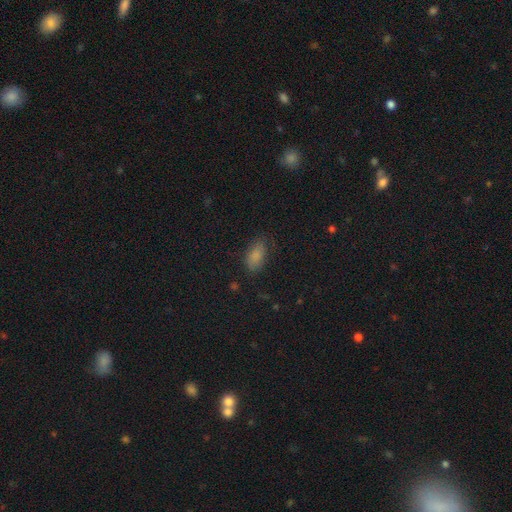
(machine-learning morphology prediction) This is clearly a smooth galaxy (83%). How rounded: clearly in between (91%). Merging: likely none (76%).